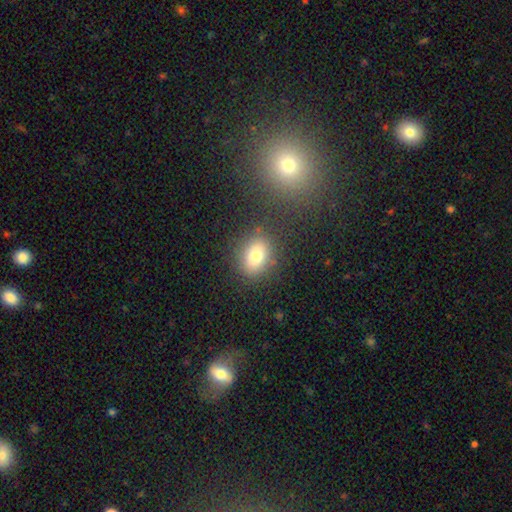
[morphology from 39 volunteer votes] smooth 79%, featured or disk 10%, star or artifact 10%. Down the decision tree: how rounded — round (52%); merging — none (80%).